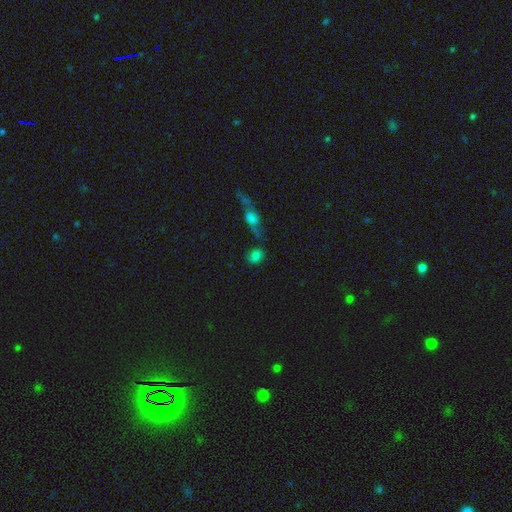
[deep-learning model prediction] Smooth or featured? smooth (71%)
How rounded? round (50%)
Merging? none (55%)